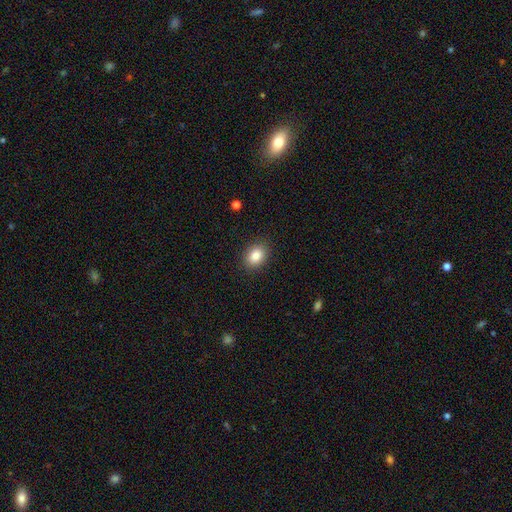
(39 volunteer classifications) smooth 85%, featured or disk 8%, star or artifact 8%. Down the decision tree: how rounded — in between (67%); merging — none (81%).